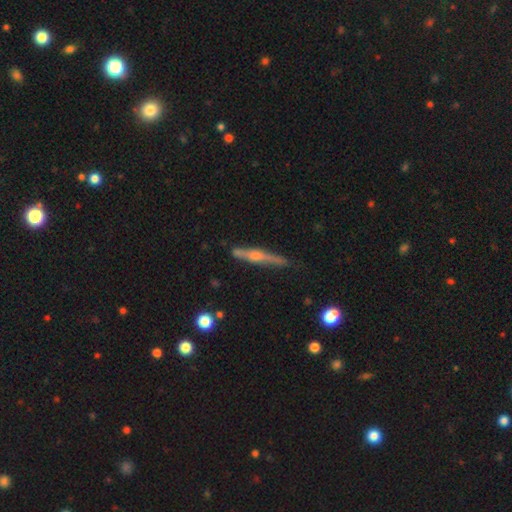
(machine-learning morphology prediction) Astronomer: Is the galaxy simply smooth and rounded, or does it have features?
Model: featured or disk — 70%.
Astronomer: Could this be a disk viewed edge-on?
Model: yes — 96%.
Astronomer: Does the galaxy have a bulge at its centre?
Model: rounded — 79%.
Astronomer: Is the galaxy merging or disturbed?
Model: none — 81%.